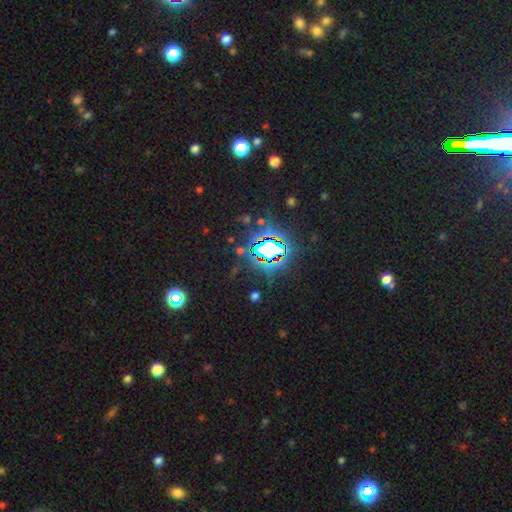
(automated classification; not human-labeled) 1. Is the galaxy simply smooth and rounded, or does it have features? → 76% star or artifact, 14% smooth, 10% featured or disk.